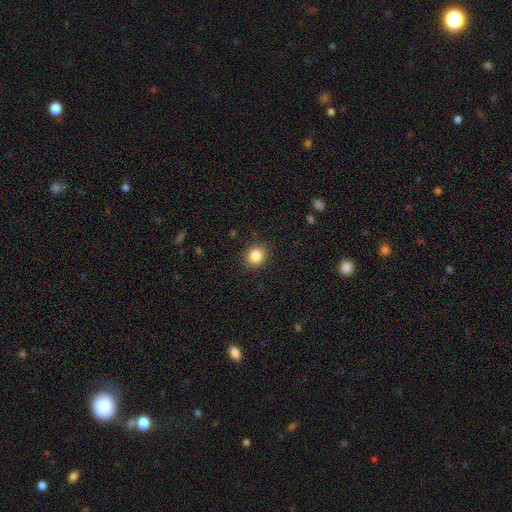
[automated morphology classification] smooth 84%, star or artifact 10%, featured or disk 5%. Down the decision tree: how rounded — round (80%); merging — none (91%).